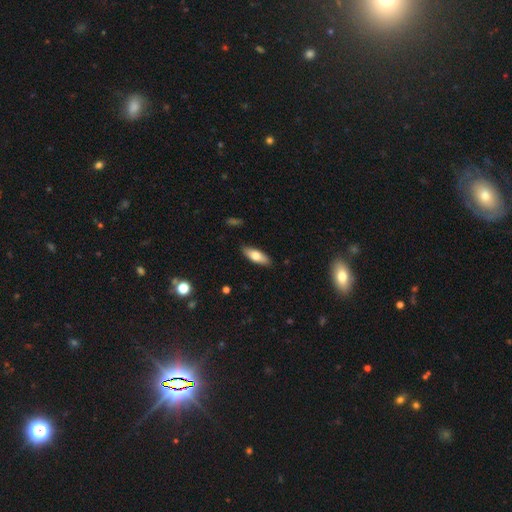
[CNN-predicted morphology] This appears to be a smooth galaxy with no disk features (71%) that is in between round and cigar-shaped (70%). Merging: none (87%).